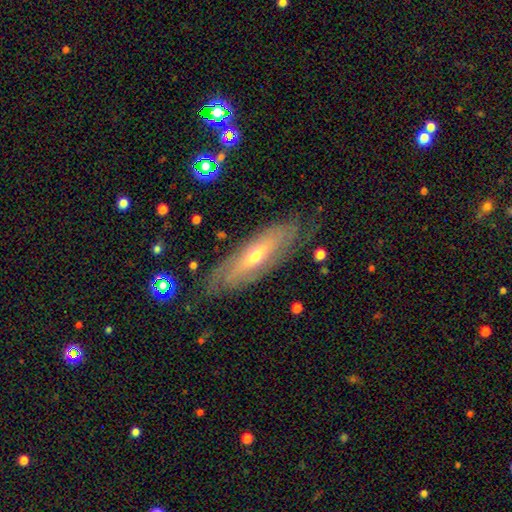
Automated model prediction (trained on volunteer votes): Q: Smooth or featured?
A: featured or disk (70%); runner-up: smooth (24%)
Q: Edge-on disk?
A: no (65%); runner-up: yes (35%)
Q: Merging?
A: none (75%); runner-up: minor disturbance (17%)